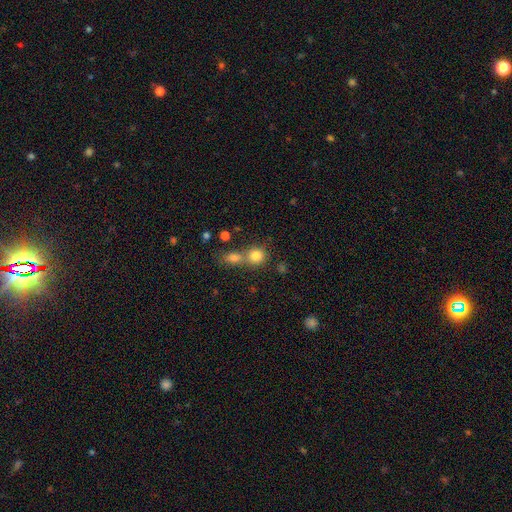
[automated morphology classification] Overall: smooth (80%). How rounded: round (80%). Merging: merger (47%; none 42%).